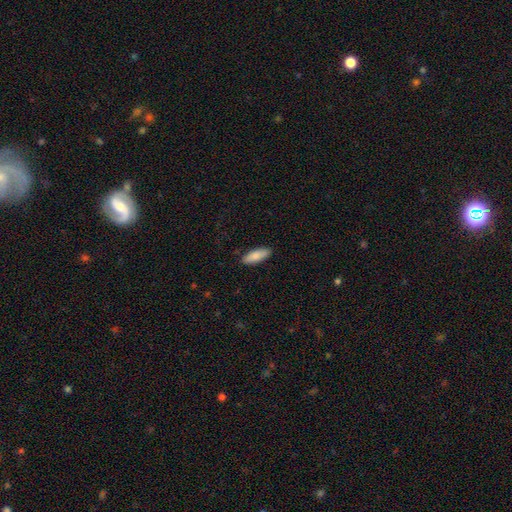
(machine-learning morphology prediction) type=smooth (87%); roundness=in between (67%); merging=none (88%).